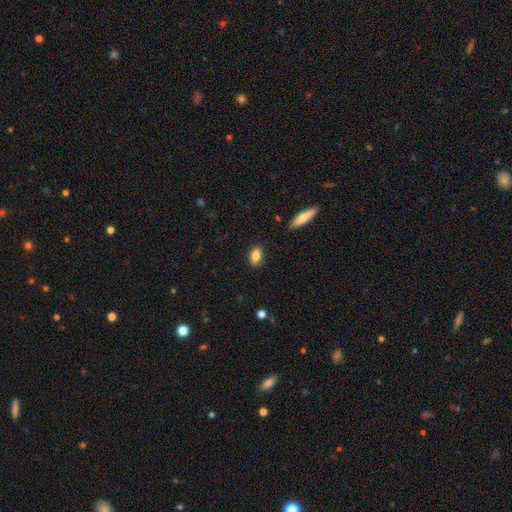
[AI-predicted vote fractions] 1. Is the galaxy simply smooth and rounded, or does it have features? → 84% smooth, 8% featured or disk, 8% star or artifact.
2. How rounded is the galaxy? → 86% in between, 7% round, 7% cigar-shaped.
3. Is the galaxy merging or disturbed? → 86% none, 10% minor disturbance, 2% major disturbance, 2% merger.